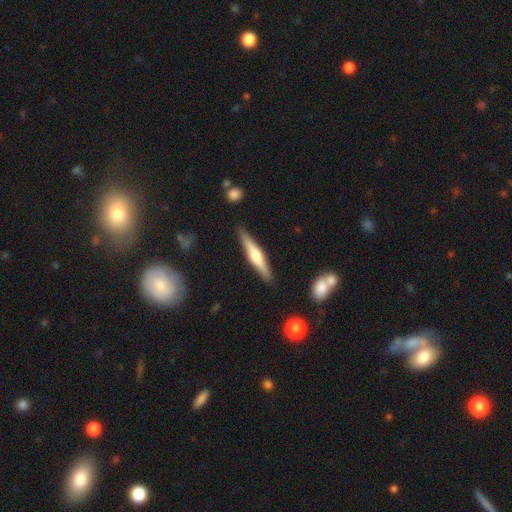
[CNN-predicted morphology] featured or disk 57%, smooth 38%, star or artifact 5%. Down the decision tree: edge-on disk — yes (96%); edge-on bulge — rounded (81%); merging — none (87%).